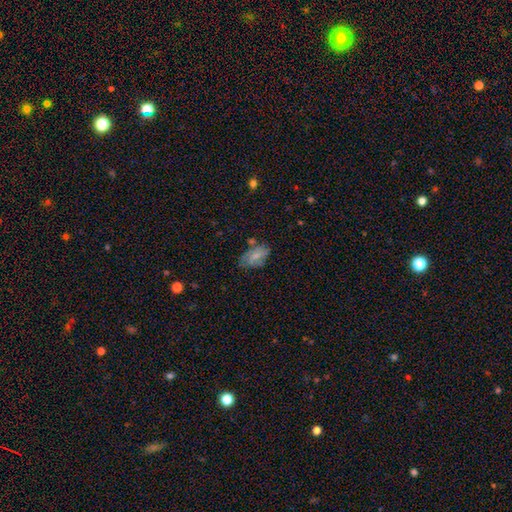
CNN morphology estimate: type=smooth (60%); roundness=in between (91%); merging=none (53%).